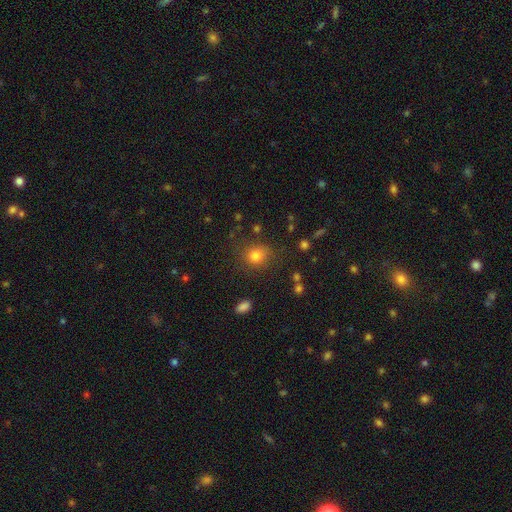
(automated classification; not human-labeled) smooth 79%, star or artifact 14%, featured or disk 7%. Down the decision tree: how rounded — round (75%); merging — none (80%).